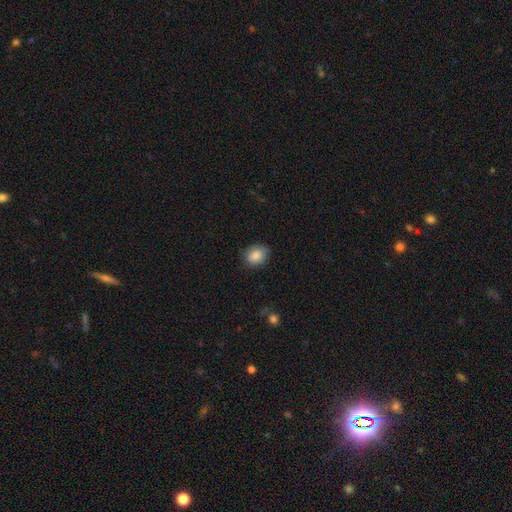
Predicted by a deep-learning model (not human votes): Smooth or featured? Predicted: smooth (p=0.86). How rounded? Predicted: round (p=0.50). Merging? Predicted: none (p=0.79).